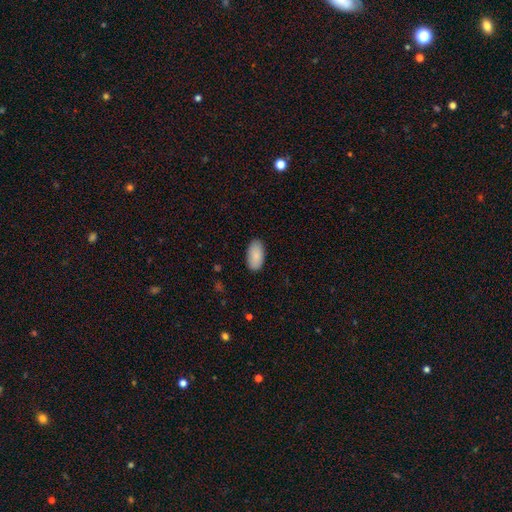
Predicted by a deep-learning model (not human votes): A smooth galaxy with no disk features (90%) that is in between round and cigar-shaped (95%).

Vote fractions:
- Smooth or featured? smooth: 90% / star or artifact: 6% / featured or disk: 4%
- How rounded? in between: 95% / cigar-shaped: 3% / round: 2%
- Merging? none: 88% / minor disturbance: 9% / major disturbance: 2% / merger: 1%